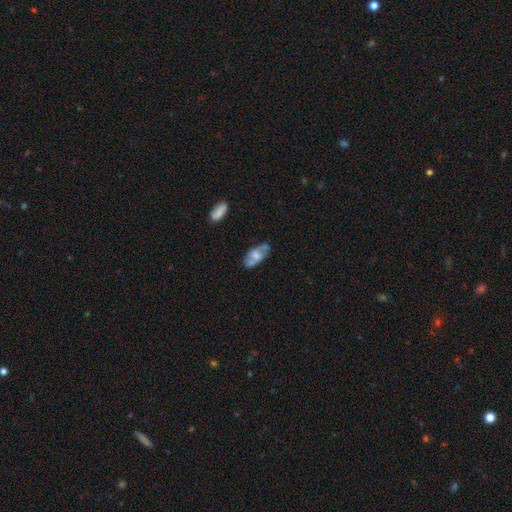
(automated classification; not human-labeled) A smooth galaxy with no disk features (47%).

Vote fractions:
- Smooth or featured? smooth: 47% / featured or disk: 46% / star or artifact: 7%
- Merging? none: 61% / minor disturbance: 24% / major disturbance: 8% / merger: 7%